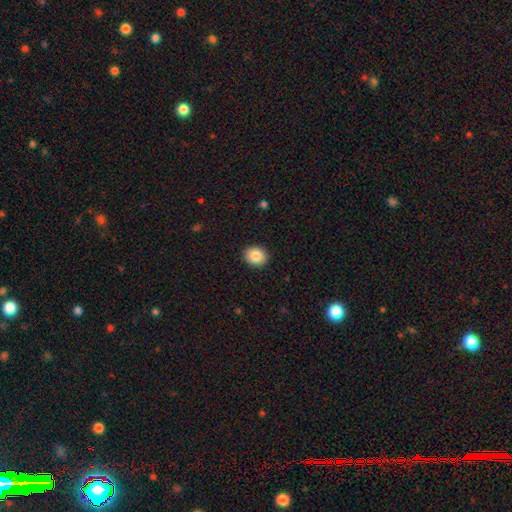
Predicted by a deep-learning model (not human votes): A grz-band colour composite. It shows a smooth galaxy with no disk features (86%) that is round (66%). Merging: none (91%).